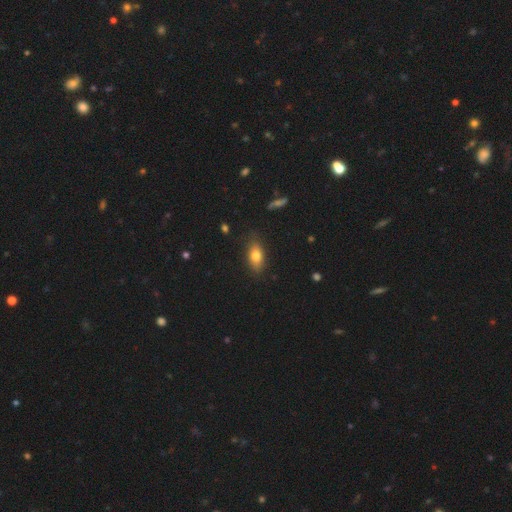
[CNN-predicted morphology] The model was most divided on "smooth or featured": smooth: 75%, featured or disk: 16%, star or artifact: 9%. More confident: merging — none (83%); how rounded — in between (81%).